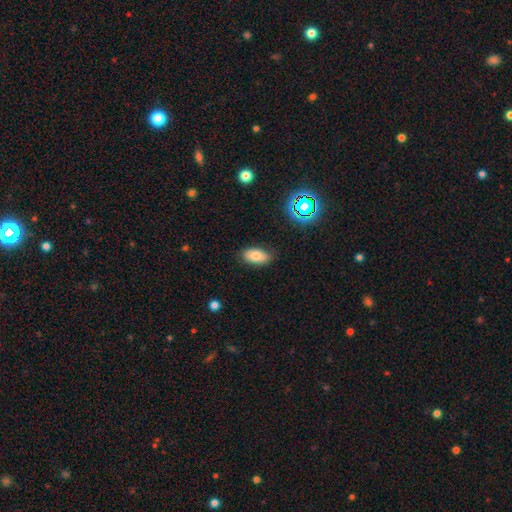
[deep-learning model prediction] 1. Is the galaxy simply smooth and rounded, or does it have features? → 75% smooth, 13% featured or disk, 12% star or artifact.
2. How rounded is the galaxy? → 93% in between, 5% round, 3% cigar-shaped.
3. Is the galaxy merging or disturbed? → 83% none, 13% minor disturbance, 3% major disturbance, 1% merger.